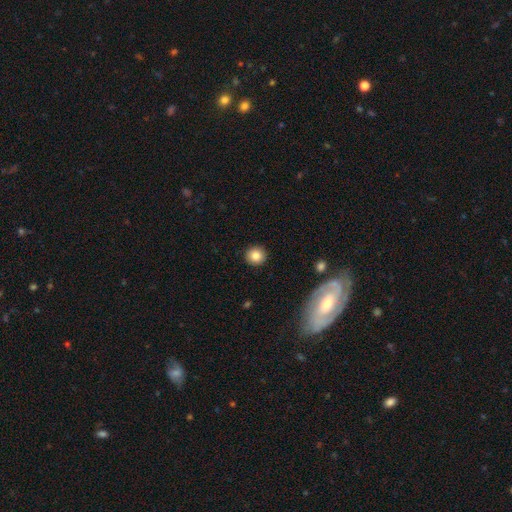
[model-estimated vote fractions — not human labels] Smooth or featured?
  - smooth: 84% *
  - star or artifact: 10%
  - featured or disk: 7%
How rounded?
  - round: 92% *
  - in between: 7%
  - cigar-shaped: 1%
Merging?
  - none: 91% *
  - minor disturbance: 6%
  - major disturbance: 2%
  - merger: 1%